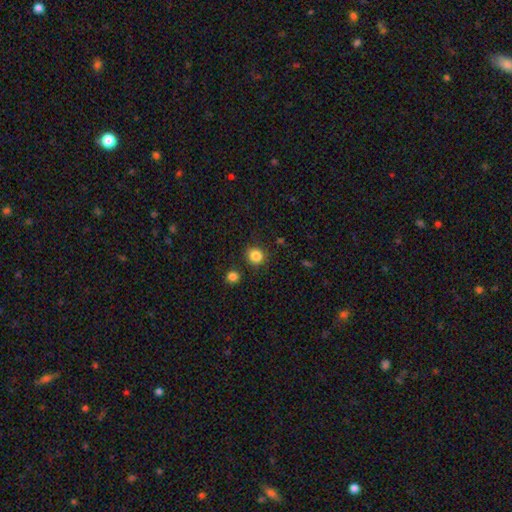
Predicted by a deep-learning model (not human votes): Overall: smooth (85%). How rounded: round (87%). Merging: none (85%).